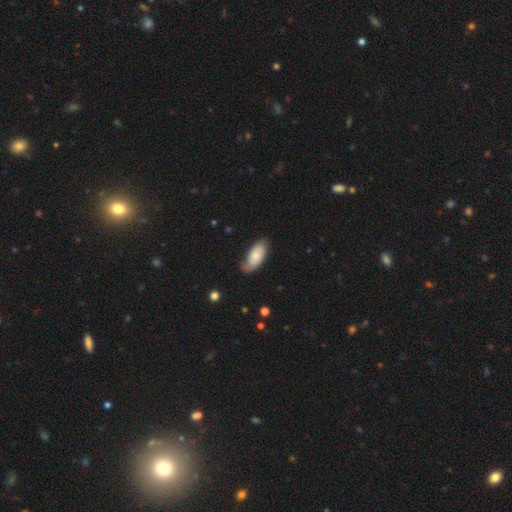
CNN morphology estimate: type=smooth (71%); roundness=in between (89%); merging=none (69%).